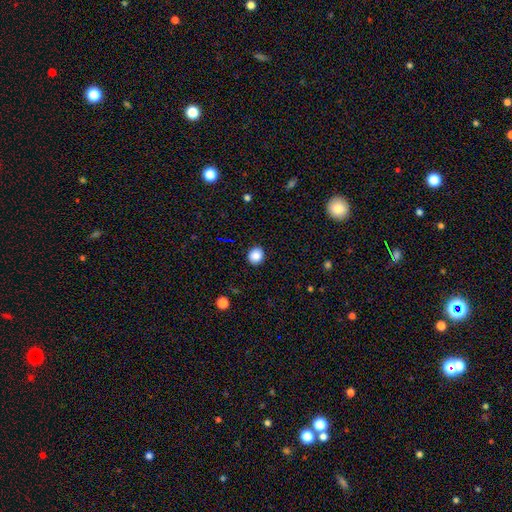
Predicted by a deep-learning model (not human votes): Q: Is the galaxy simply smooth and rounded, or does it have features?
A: smooth — 87%.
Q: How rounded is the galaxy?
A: round — 81%.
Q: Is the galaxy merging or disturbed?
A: none — 91%.